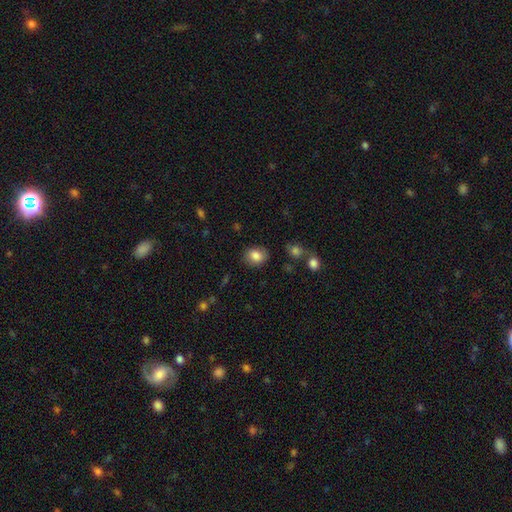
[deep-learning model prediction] Smooth or featured? Predicted: smooth (p=0.82). How rounded? Predicted: round (p=0.55). Merging? Predicted: none (p=0.84).